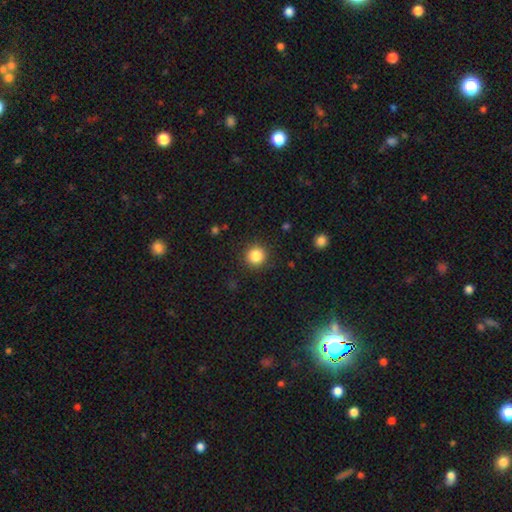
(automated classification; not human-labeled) A smooth galaxy with no disk features (85%) that is round (94%). Merging: none (89%).